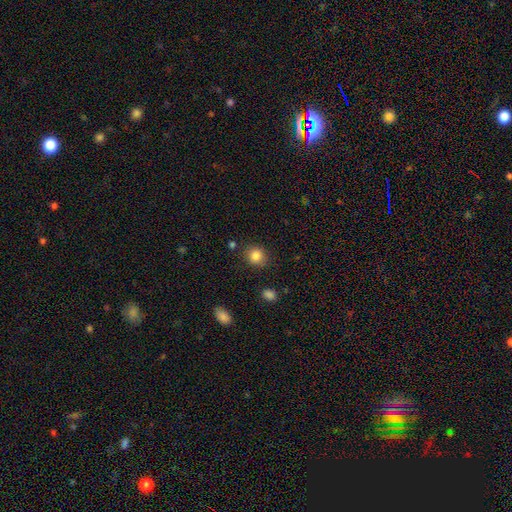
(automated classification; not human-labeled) Smooth or featured? Predicted: smooth (p=0.84). How rounded? Predicted: round (p=0.81). Merging? Predicted: none (p=0.84).